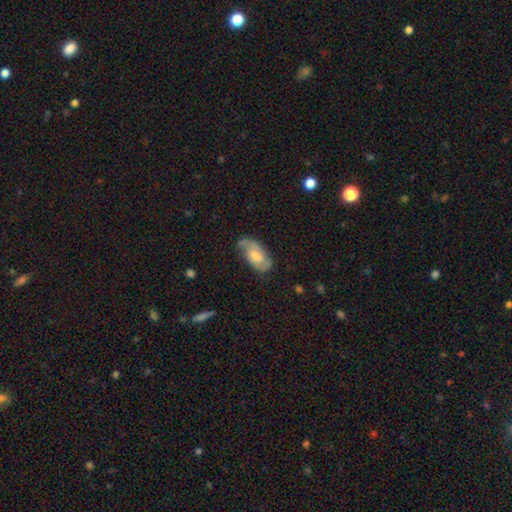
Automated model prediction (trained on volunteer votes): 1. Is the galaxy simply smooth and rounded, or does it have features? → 72% featured or disk, 21% smooth, 7% star or artifact.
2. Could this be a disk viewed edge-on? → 95% no, 5% yes.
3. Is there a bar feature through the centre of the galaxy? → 51% no, 41% weak, 8% strong.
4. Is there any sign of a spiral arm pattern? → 92% yes, 8% no.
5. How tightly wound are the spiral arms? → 46% medium, 35% tight, 19% loose.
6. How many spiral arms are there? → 78% 2, 11% can't tell, 7% 1, 2% 3, 1% 4, 1% more than 4.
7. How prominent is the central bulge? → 55% moderate, 33% small, 6% large, 5% none, 1% dominant.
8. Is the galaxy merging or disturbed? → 69% none, 22% minor disturbance, 8% major disturbance, 2% merger.